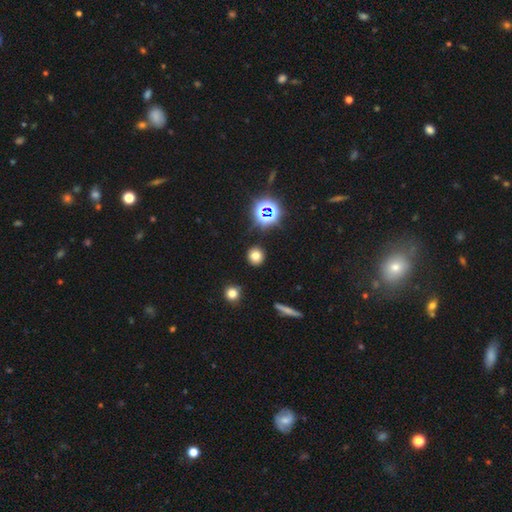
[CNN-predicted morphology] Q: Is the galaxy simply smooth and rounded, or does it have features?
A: smooth — 72%.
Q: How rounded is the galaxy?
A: round — 90%.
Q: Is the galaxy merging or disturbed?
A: none — 89%.